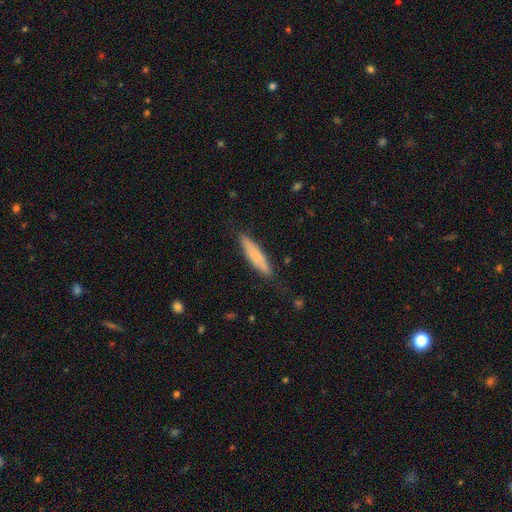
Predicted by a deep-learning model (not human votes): A smooth galaxy with no disk features (74%) that is cigar-shaped (84%).

Vote fractions:
- Smooth or featured? smooth: 74% / featured or disk: 20% / star or artifact: 6%
- How rounded? cigar-shaped: 84% / in between: 14% / round: 1%
- Merging? none: 82% / minor disturbance: 14% / major disturbance: 3% / merger: 1%